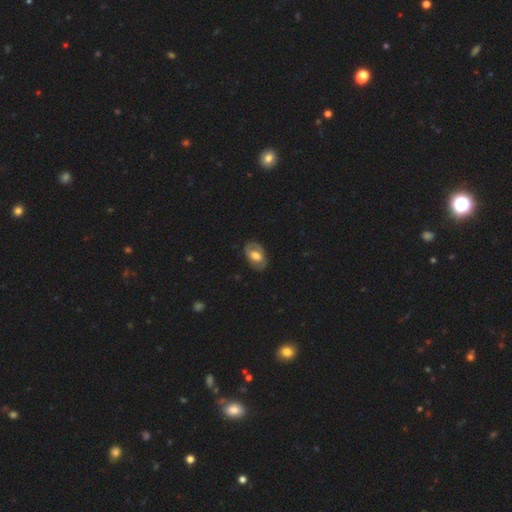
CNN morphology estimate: Smooth or featured?
  - smooth: 48% *
  - featured or disk: 46%
  - star or artifact: 6%
Merging?
  - none: 78% *
  - minor disturbance: 16%
  - major disturbance: 5%
  - merger: 1%